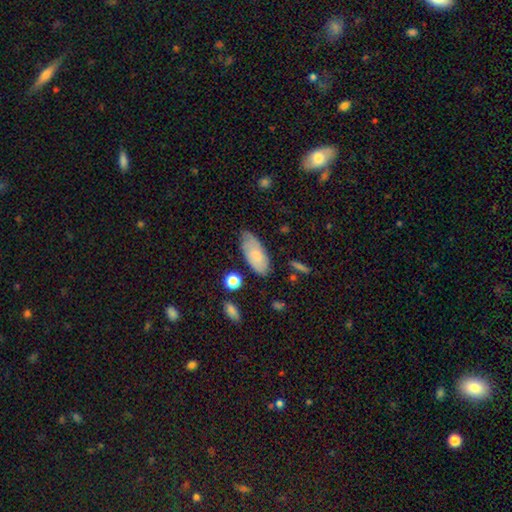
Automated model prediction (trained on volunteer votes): Smooth or featured? smooth (67%)
How rounded? in between (87%)
Merging? none (70%)